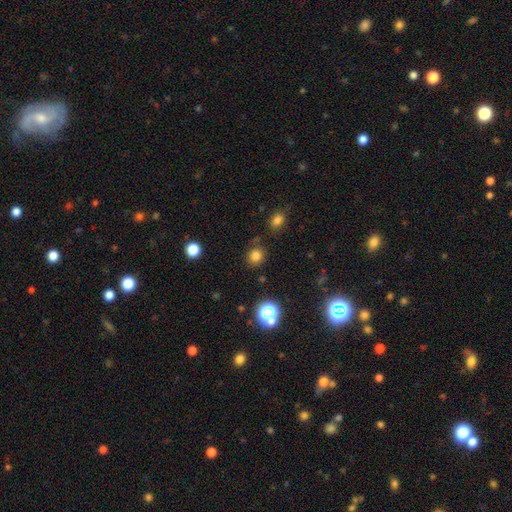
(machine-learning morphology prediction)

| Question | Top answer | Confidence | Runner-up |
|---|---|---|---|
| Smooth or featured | smooth | 79% | star or artifact (16%) |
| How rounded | round | 83% | in between (16%) |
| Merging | none | 82% | minor disturbance (10%) |